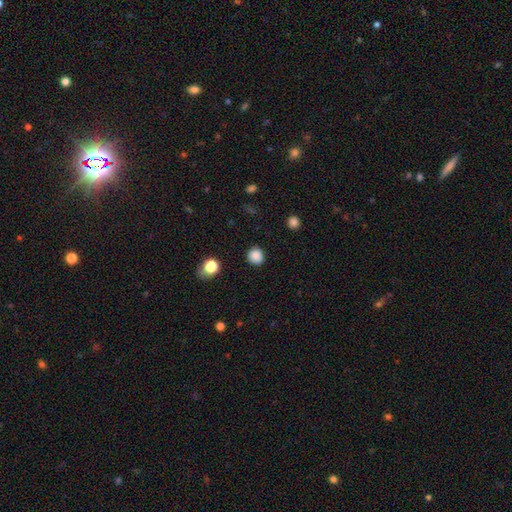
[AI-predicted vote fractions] Morphology: type=smooth (86%); roundness=round (89%); merging=none (88%).